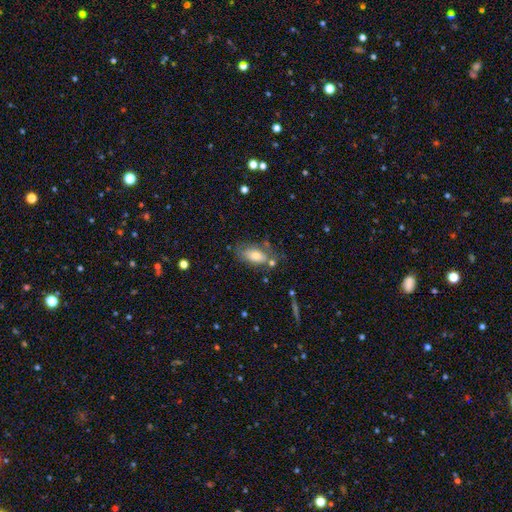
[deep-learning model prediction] smooth_or_featured: smooth (p=0.70) [alt: featured or disk p=0.23]
how_rounded: in between (p=0.88) [alt: cigar-shaped p=0.07]
merging: none (p=0.58) [alt: minor disturbance p=0.23]